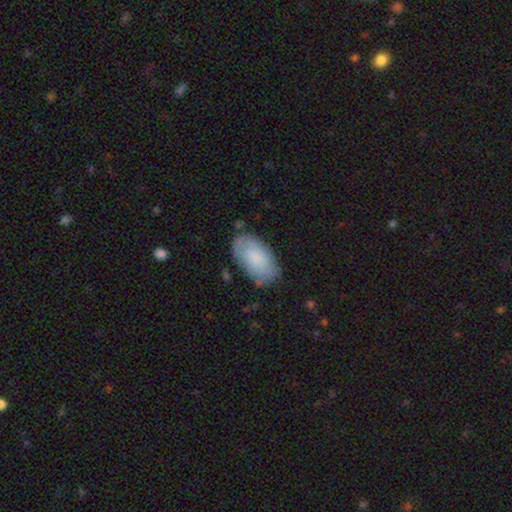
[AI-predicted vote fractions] This is likely a smooth galaxy (73%). How rounded: clearly in between (95%). Merging: likely none (76%).